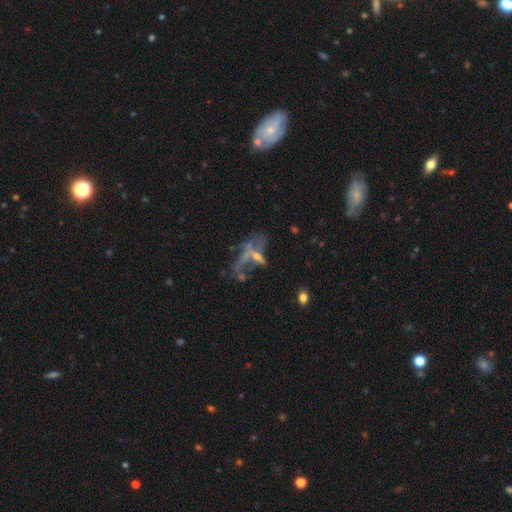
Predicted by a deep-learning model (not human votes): Q: Smooth or featured?
A: featured or disk (56%); runner-up: smooth (23%)
Q: Edge-on disk?
A: no (82%); runner-up: yes (18%)
Q: Merging?
A: major disturbance (39%); runner-up: none (25%)